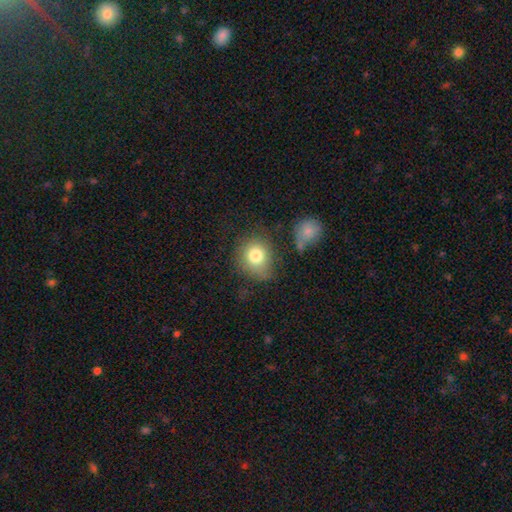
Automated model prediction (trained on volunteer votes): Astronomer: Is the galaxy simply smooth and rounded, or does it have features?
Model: smooth — 80%.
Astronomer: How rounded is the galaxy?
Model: round — 75%.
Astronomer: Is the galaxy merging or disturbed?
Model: none — 63%.